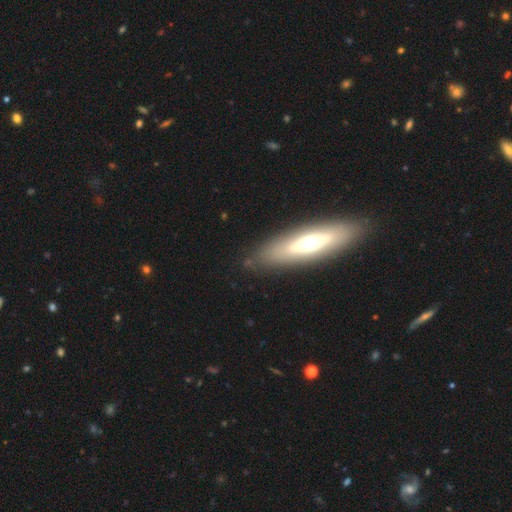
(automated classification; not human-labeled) The model was most divided on "smooth or featured": featured or disk: 51%, smooth: 39%, star or artifact: 10%. More confident: merging — none (87%); edge-on disk — yes (65%).